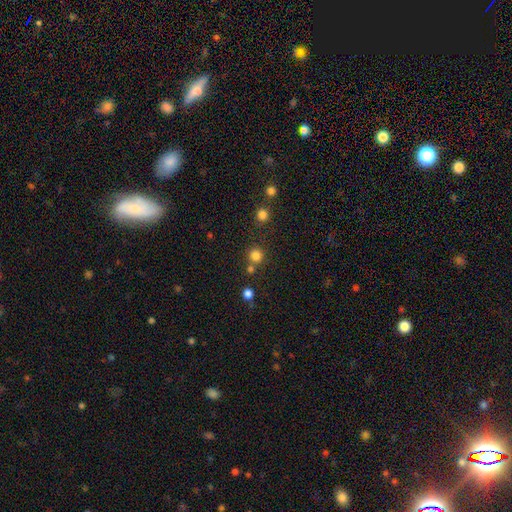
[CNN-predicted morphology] Smooth or featured?
  - smooth: 80% *
  - star or artifact: 15%
  - featured or disk: 5%
How rounded?
  - round: 93% *
  - in between: 6%
  - cigar-shaped: 1%
Merging?
  - none: 74% *
  - merger: 16%
  - minor disturbance: 7%
  - major disturbance: 3%